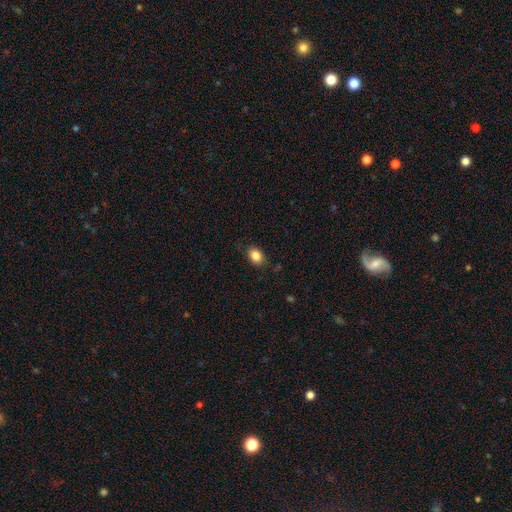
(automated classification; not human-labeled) A smooth galaxy with no disk features (85%) that is in between round and cigar-shaped (75%). Merging: none (83%).